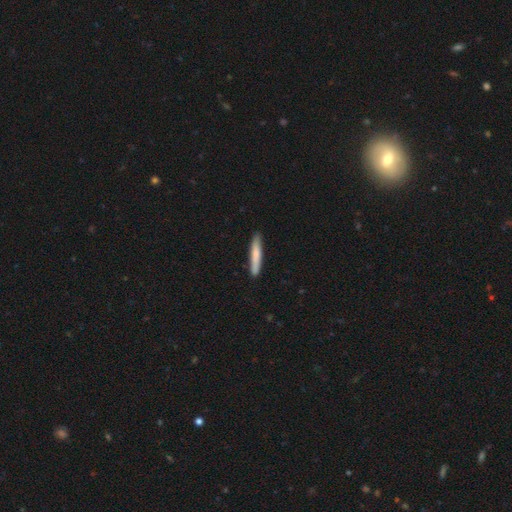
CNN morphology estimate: Overall: smooth (75%). How rounded: cigar-shaped (94%). Merging: none (86%).